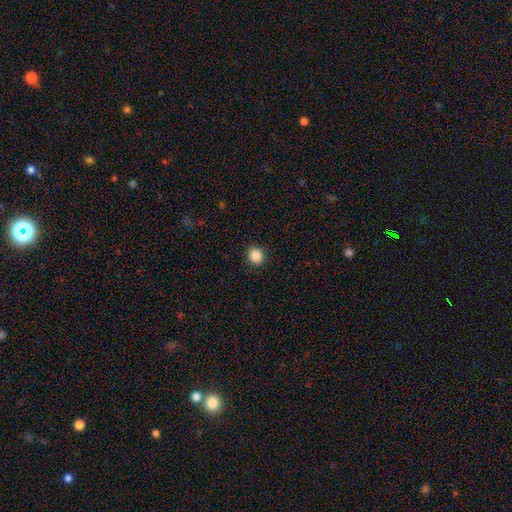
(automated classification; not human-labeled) Smooth or featured?
  - smooth: 87% *
  - star or artifact: 9%
  - featured or disk: 3%
How rounded?
  - round: 75% *
  - in between: 24%
  - cigar-shaped: 1%
Merging?
  - none: 91% *
  - minor disturbance: 6%
  - major disturbance: 2%
  - merger: 1%